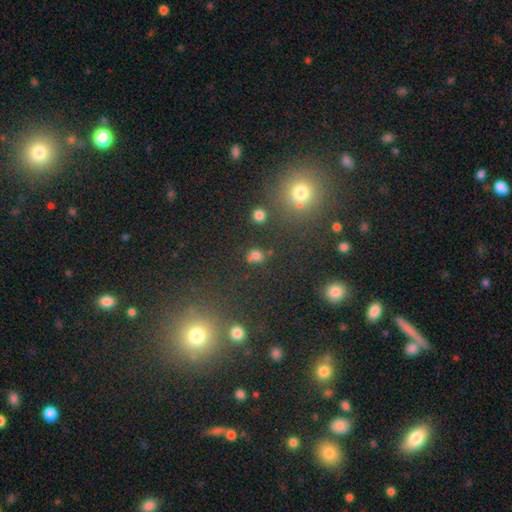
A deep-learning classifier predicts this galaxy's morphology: Q: Smooth or featured?
A: smooth (66%); runner-up: star or artifact (26%)
Q: How rounded?
A: round (61%); runner-up: in between (37%)
Q: Merging?
A: none (63%); runner-up: merger (16%)